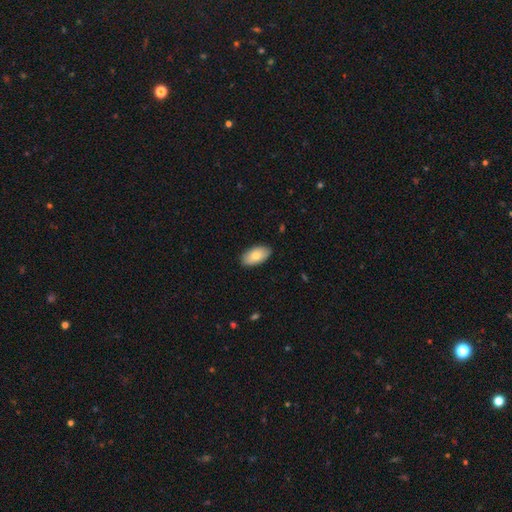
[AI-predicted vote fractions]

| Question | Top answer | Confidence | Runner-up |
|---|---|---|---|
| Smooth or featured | smooth | 82% | featured or disk (13%) |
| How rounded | in between | 95% | round (3%) |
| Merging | none | 88% | minor disturbance (10%) |